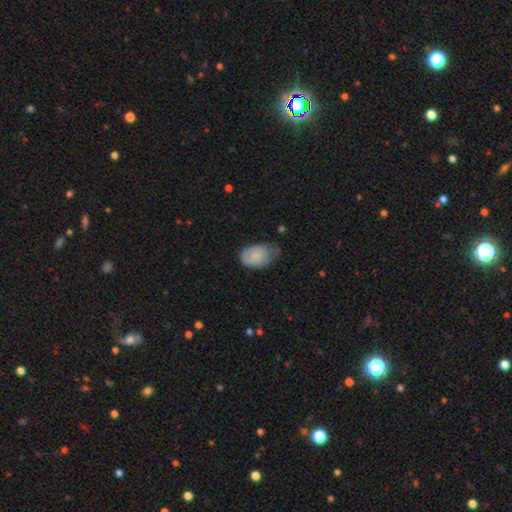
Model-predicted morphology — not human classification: smooth_or_featured: smooth (p=0.77) [alt: featured or disk p=0.16]
how_rounded: in between (p=0.88) [alt: round p=0.11]
merging: none (p=0.45) [alt: minor disturbance p=0.41]